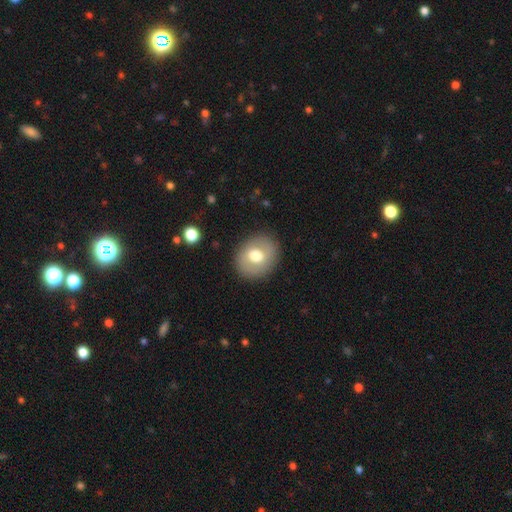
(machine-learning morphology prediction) Q: Smooth or featured?
A: smooth (67%); runner-up: featured or disk (25%)
Q: How rounded?
A: round (60%); runner-up: in between (39%)
Q: Merging?
A: none (87%); runner-up: minor disturbance (9%)